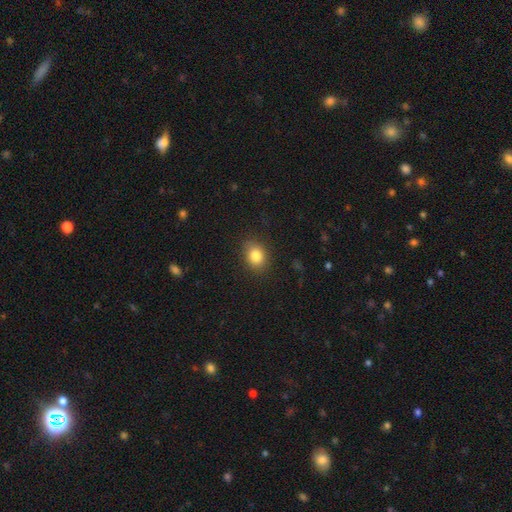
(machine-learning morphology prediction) Smooth or featured? smooth (84%)
How rounded? in between (53%)
Merging? none (85%)